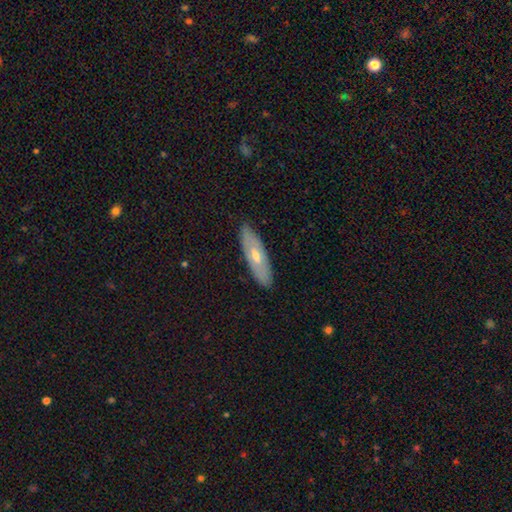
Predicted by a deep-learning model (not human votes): smooth_or_featured: featured or disk (p=0.47) [alt: smooth p=0.46]
merging: none (p=0.86) [alt: minor disturbance p=0.11]